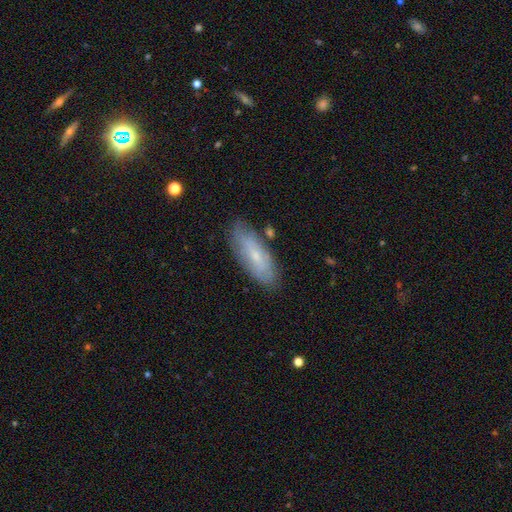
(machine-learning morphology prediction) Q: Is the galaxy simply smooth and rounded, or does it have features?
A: smooth — 48%.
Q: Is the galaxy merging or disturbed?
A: none — 78%.